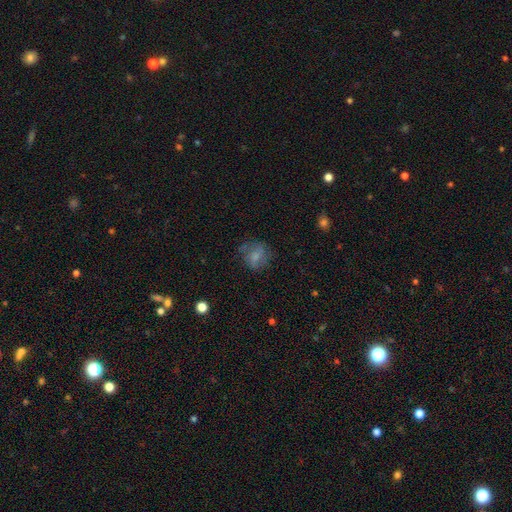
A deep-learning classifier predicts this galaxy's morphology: smooth_or_featured: smooth (p=0.63) [alt: featured or disk p=0.27]
how_rounded: round (p=0.68) [alt: in between p=0.31]
merging: none (p=0.59) [alt: minor disturbance p=0.23]